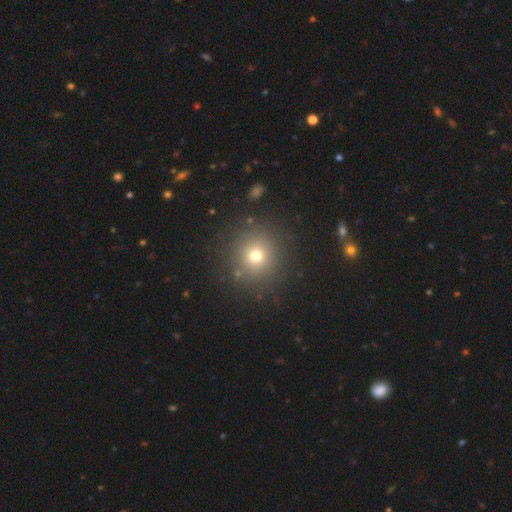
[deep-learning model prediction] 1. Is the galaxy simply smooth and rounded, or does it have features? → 71% smooth, 19% star or artifact, 10% featured or disk.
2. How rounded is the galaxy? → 93% round, 6% in between, 1% cigar-shaped.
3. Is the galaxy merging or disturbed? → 87% none, 7% minor disturbance, 4% major disturbance, 2% merger.